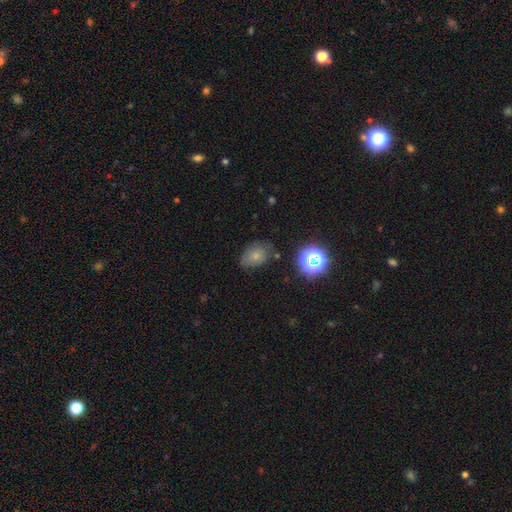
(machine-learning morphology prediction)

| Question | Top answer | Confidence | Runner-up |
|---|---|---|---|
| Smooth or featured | smooth | 71% | star or artifact (16%) |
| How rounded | in between | 72% | round (27%) |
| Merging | none | 66% | minor disturbance (24%) |